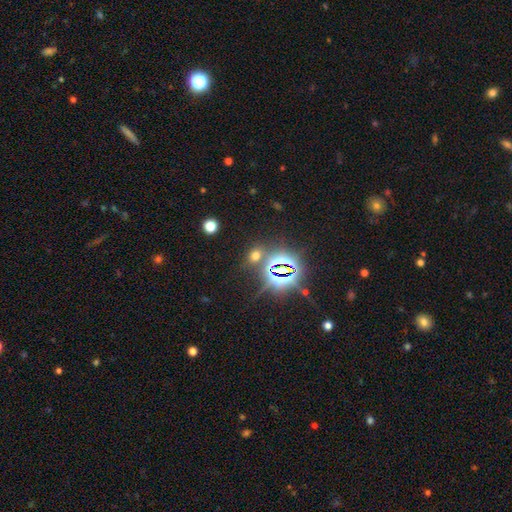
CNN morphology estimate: Smooth or featured: star or artifact — 48% (smooth — 45%)